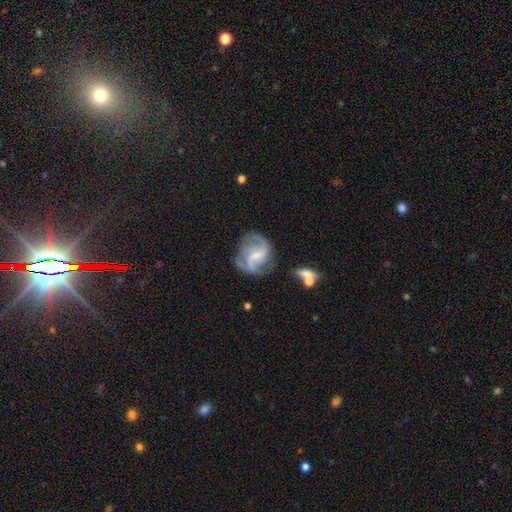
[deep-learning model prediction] Overall: featured or disk (81%). Edge-on disk: no (98%). Bar: weak (50%; no 31%). Spiral arms: yes (94%). Spiral arm count: 2 (63%). Spiral winding: medium (47%; loose 36%). Bulge size: small (57%; moderate 27%). Merging: none (62%).